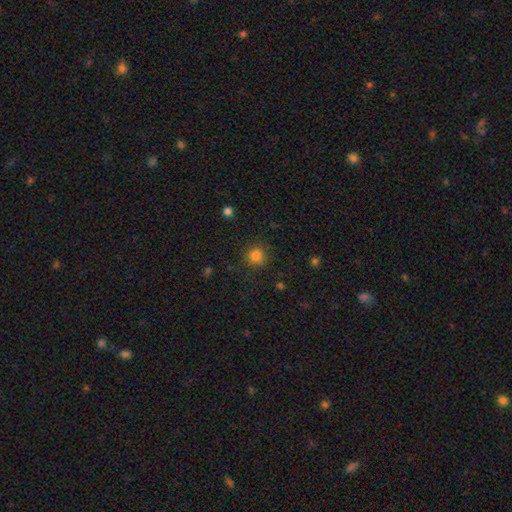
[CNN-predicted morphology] Overall: smooth (84%). How rounded: round (92%). Merging: none (87%).